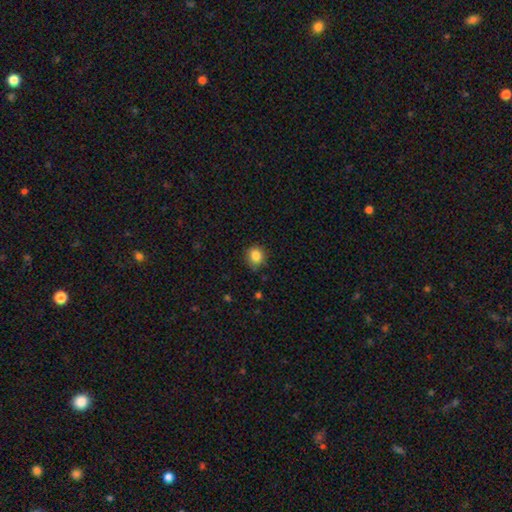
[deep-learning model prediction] Smooth or featured: smooth — 85% (star or artifact — 10%)
How rounded: round — 85% (in between — 14%)
Merging: none — 83% (minor disturbance — 13%)